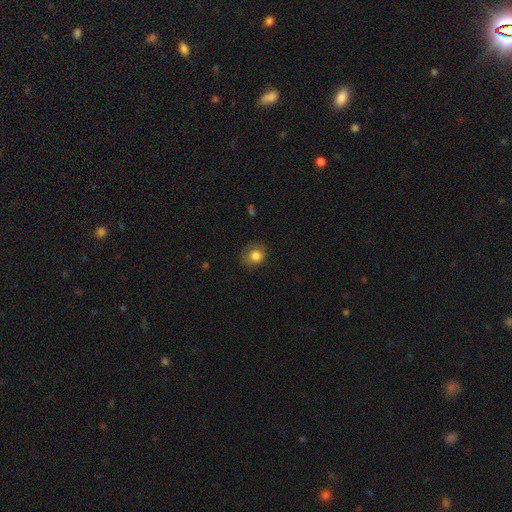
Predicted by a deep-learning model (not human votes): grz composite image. It shows a smooth galaxy with no disk features (81%) that is round (64%). Merging: none (70%).